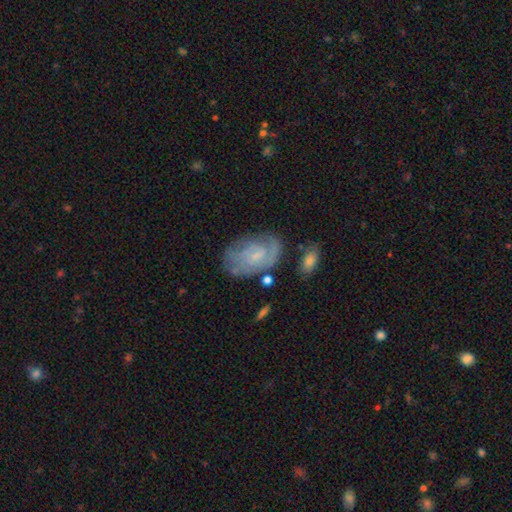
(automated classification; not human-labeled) Overall: featured or disk (64%; smooth 28%). Edge-on disk: no (96%). Bar: no (59%; weak 36%). Spiral arms: yes (79%). Bulge size: small (60%; none 20%). Merging: none (61%; minor disturbance 23%).